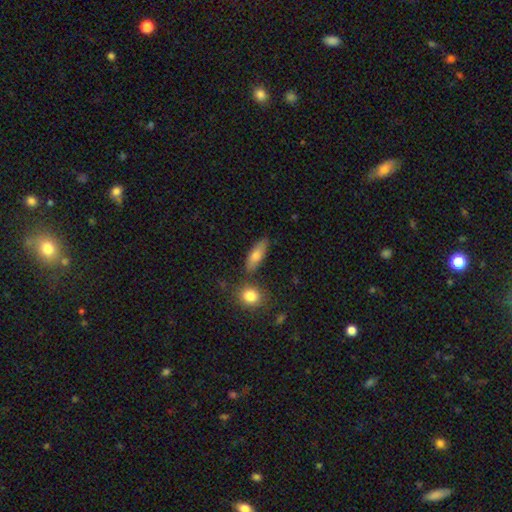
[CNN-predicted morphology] Smooth or featured: smooth — 73% (featured or disk — 20%)
How rounded: in between — 58% (cigar-shaped — 36%)
Merging: none — 74% (minor disturbance — 14%)